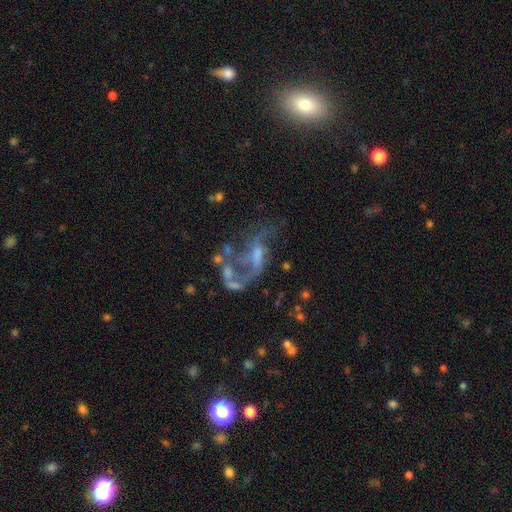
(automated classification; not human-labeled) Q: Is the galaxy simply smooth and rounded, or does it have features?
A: featured or disk — 74%.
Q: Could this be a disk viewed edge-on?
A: no — 96%.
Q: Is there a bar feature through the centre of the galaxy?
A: no — 54%.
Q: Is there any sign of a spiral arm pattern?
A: yes — 61%.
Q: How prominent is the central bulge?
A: none — 36%.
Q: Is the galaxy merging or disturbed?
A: major disturbance — 38%.